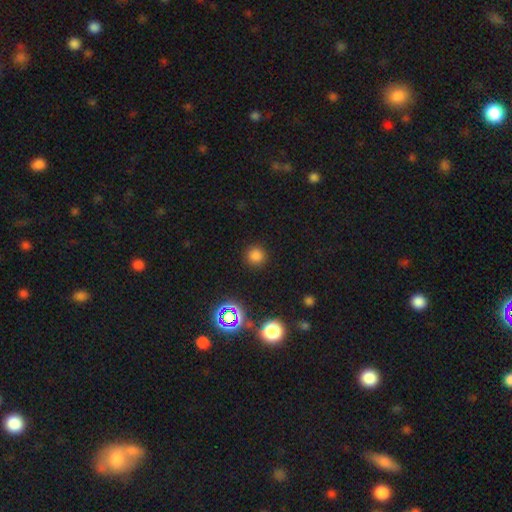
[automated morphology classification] Overall: smooth (76%). How rounded: round (93%). Merging: none (90%).